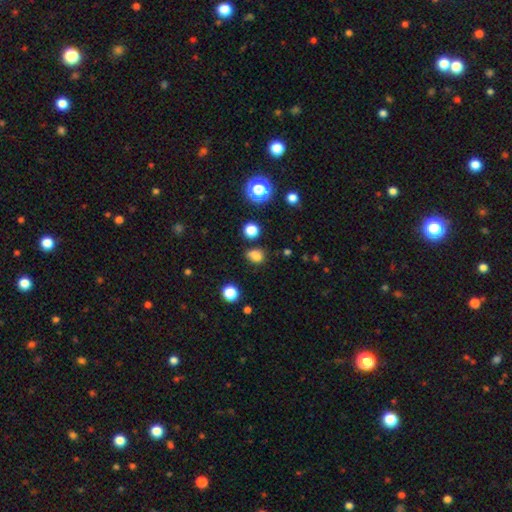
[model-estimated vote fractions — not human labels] A smooth galaxy with no disk features (76%) that is round (51%). Merging: none (62%).